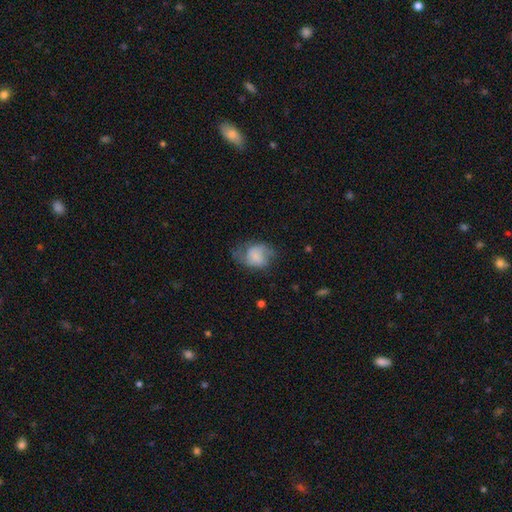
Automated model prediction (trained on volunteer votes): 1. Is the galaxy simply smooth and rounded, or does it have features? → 51% smooth, 41% featured or disk, 9% star or artifact.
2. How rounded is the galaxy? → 56% in between, 43% round, 1% cigar-shaped.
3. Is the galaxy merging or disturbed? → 44% none, 30% minor disturbance, 25% major disturbance, 2% merger.